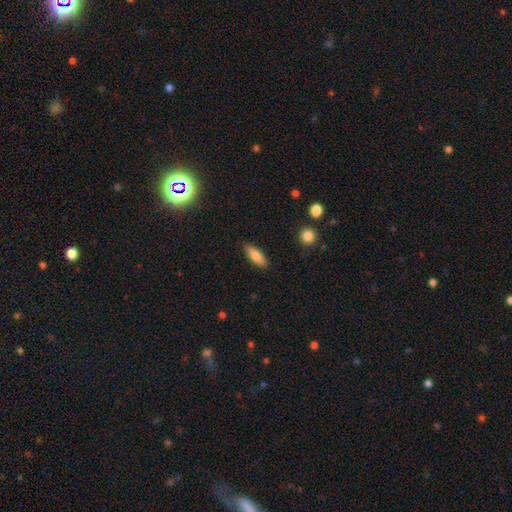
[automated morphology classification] This appears to be a smooth galaxy with no disk features (80%) that is in between round and cigar-shaped (65%). Merging: none (86%).